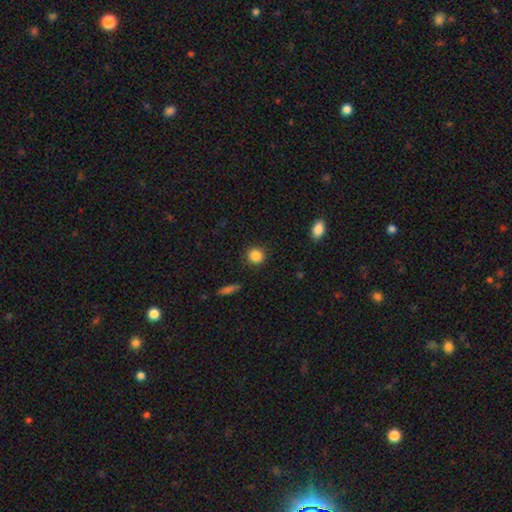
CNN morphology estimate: smooth-or-featured: smooth: 86% | star or artifact: 10% | featured or disk: 4%
  how-rounded: round: 89% | in between: 9% | cigar-shaped: 1%
  merging: none: 89% | minor disturbance: 8% | major disturbance: 2% | merger: 1%